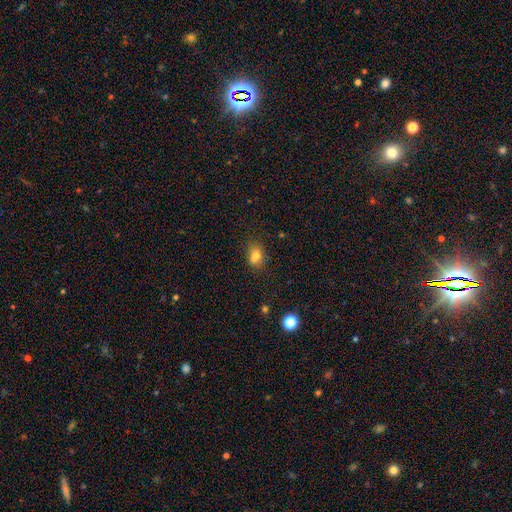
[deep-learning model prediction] The model was most divided on "how rounded": in between: 59%, round: 39%, cigar-shaped: 2%. More confident: smooth or featured — smooth (73%); merging — none (55%).